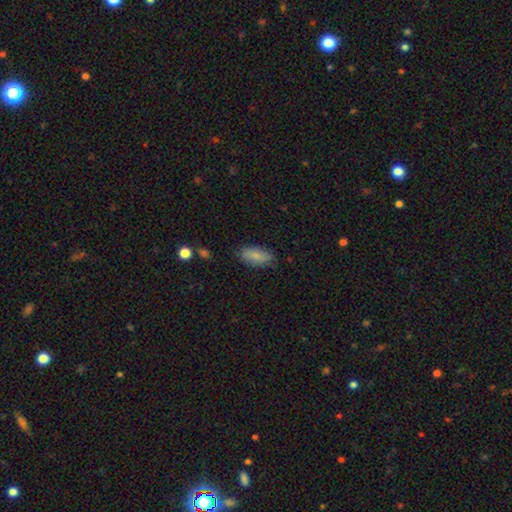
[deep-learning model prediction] A smooth galaxy with no disk features (82%) that is in between round and cigar-shaped (86%).

Vote fractions:
- Smooth or featured? smooth: 82% / featured or disk: 11% / star or artifact: 7%
- How rounded? in between: 86% / cigar-shaped: 11% / round: 3%
- Merging? none: 76% / minor disturbance: 19% / major disturbance: 4% / merger: 2%